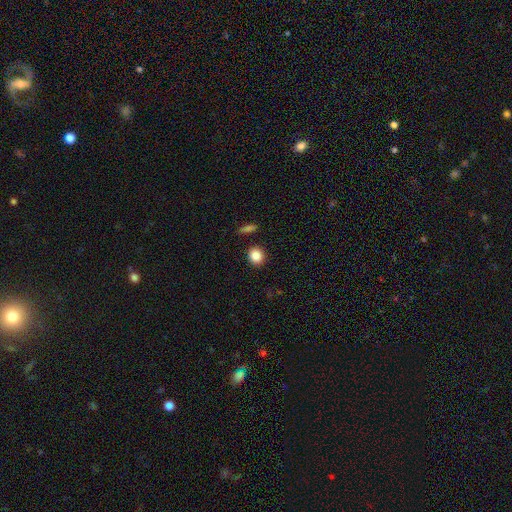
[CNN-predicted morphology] Smooth or featured? smooth (86%)
How rounded? round (81%)
Merging? none (89%)